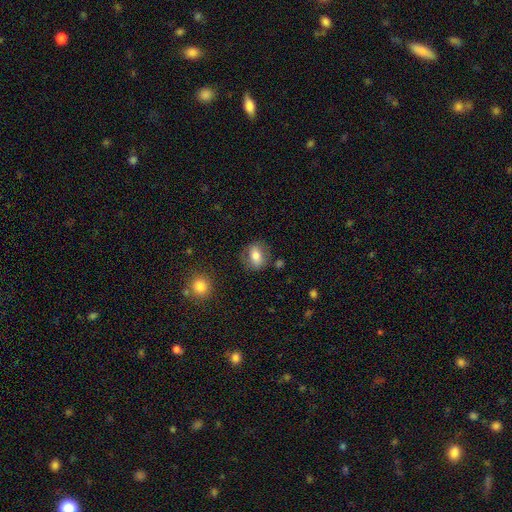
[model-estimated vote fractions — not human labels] Smooth or featured? smooth (73%)
How rounded? in between (61%)
Merging? none (74%)